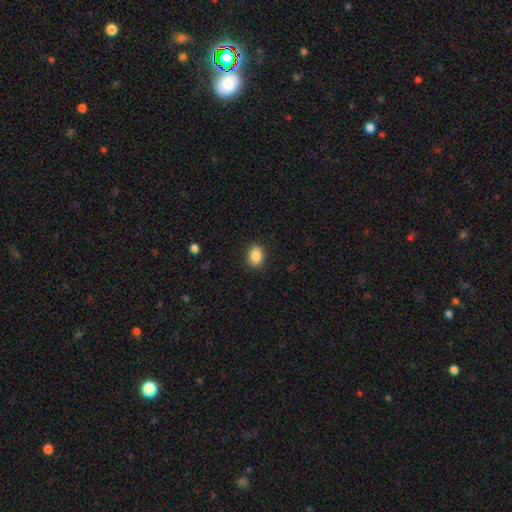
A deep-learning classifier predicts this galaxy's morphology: Smooth or featured? smooth (87%)
How rounded? in between (60%)
Merging? none (88%)